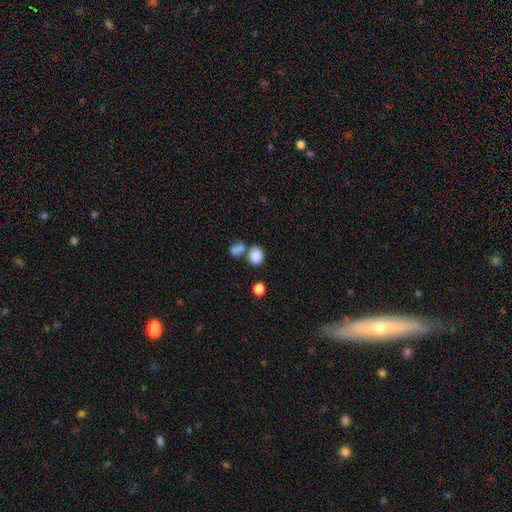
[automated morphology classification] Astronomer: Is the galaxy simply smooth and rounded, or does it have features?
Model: smooth — 85%.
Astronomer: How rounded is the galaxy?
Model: in between — 61% (runner-up: round, 38%).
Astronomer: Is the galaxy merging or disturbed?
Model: none — 51% (runner-up: merger, 33%).